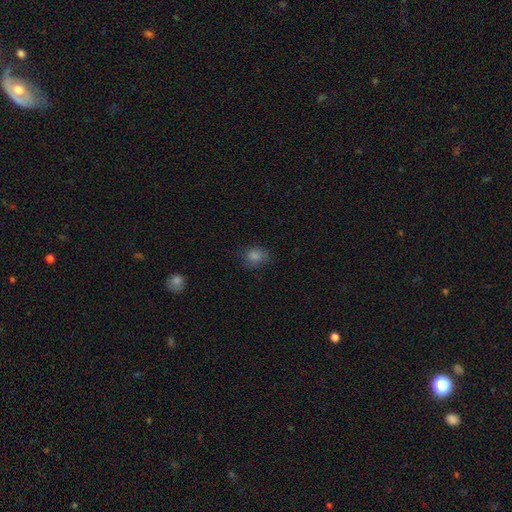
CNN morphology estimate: Q: Smooth or featured?
A: smooth (79%); runner-up: star or artifact (14%)
Q: How rounded?
A: round (55%); runner-up: in between (44%)
Q: Merging?
A: none (72%); runner-up: minor disturbance (21%)